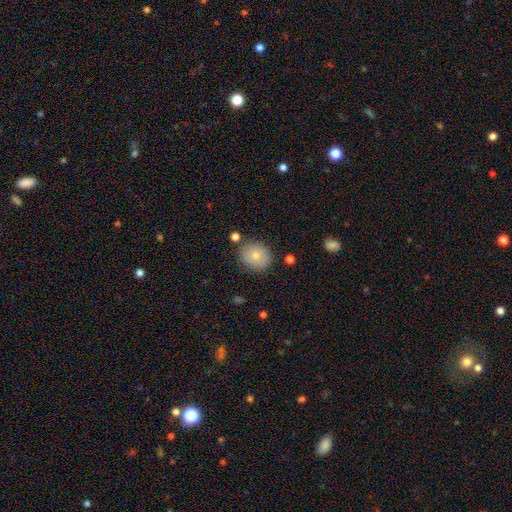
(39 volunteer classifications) This appears to be a smooth galaxy with no disk features (79%) that is round (65%). Merging: none (86%).